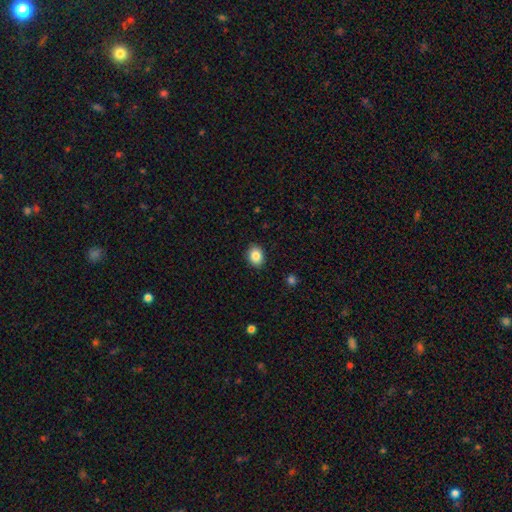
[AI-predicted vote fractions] Overall: smooth (85%). How rounded: in between (58%; round 41%). Merging: none (89%).